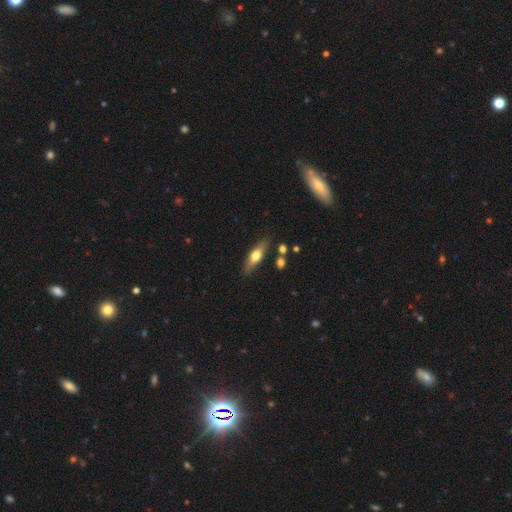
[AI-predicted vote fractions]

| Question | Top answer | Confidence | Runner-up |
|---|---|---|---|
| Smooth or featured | smooth | 50% | featured or disk (44%) |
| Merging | none | 82% | minor disturbance (12%) |